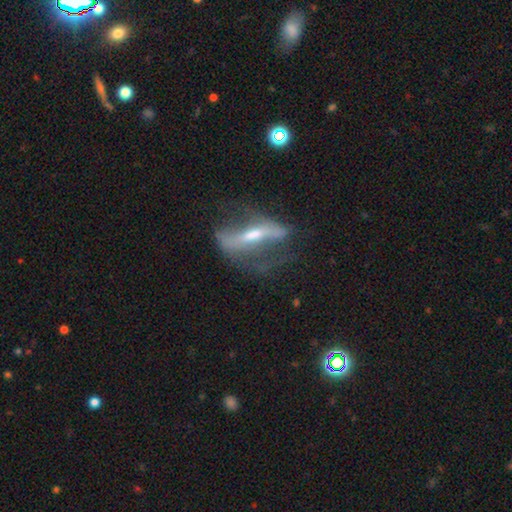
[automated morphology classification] smooth_or_featured: featured or disk (p=0.74) [alt: smooth p=0.14]
disk_edge_on: yes (p=0.53) [alt: no p=0.47]
merging: none (p=0.56) [alt: major disturbance p=0.20]